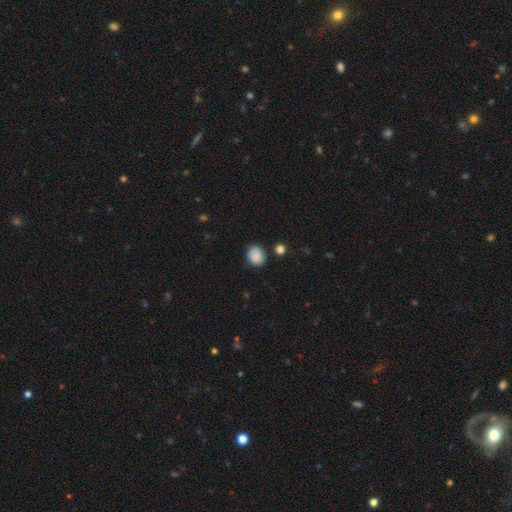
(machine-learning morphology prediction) Smooth or featured? Predicted: smooth (p=0.88). How rounded? Predicted: round (p=0.52). Merging? Predicted: none (p=0.79).